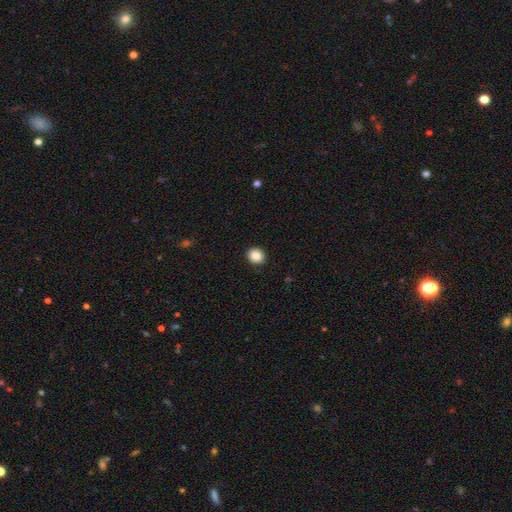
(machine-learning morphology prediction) smooth 86%, star or artifact 10%, featured or disk 5%. Down the decision tree: how rounded — round (78%); merging — none (91%).